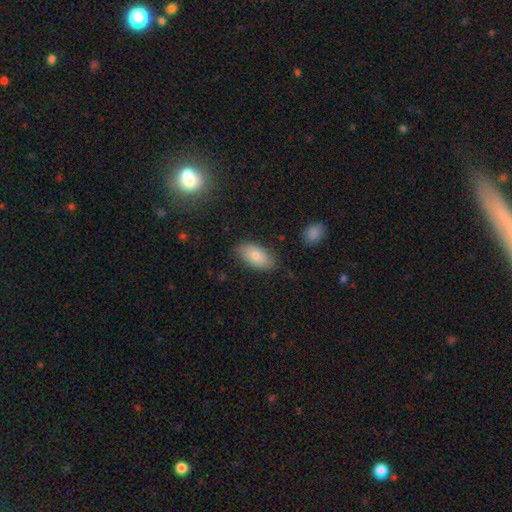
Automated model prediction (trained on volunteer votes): Smooth or featured? Predicted: smooth (p=0.79). How rounded? Predicted: in between (p=0.94). Merging? Predicted: none (p=0.78).